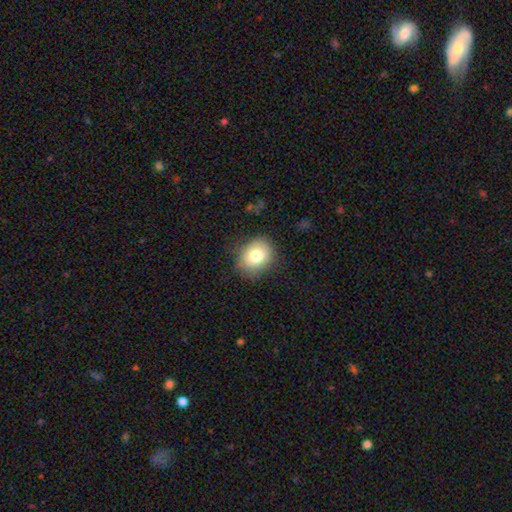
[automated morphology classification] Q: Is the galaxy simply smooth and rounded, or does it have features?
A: smooth — 78%.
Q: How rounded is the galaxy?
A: round — 60%.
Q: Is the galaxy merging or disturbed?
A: none — 83%.